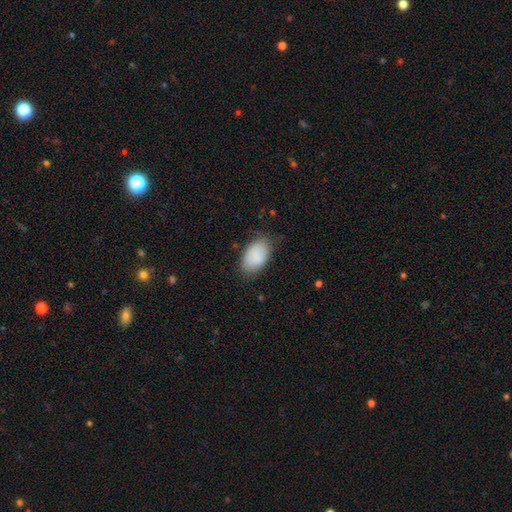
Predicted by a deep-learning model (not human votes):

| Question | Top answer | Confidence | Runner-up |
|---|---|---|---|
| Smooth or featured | smooth | 89% | star or artifact (6%) |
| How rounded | in between | 94% | round (5%) |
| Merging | none | 75% | minor disturbance (19%) |